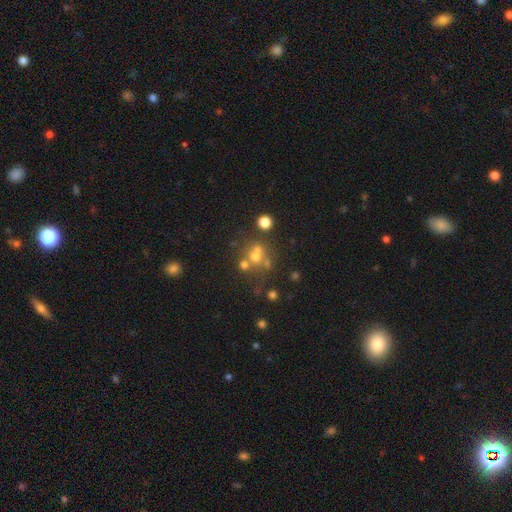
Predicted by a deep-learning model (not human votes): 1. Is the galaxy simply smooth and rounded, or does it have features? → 54% smooth, 24% star or artifact, 21% featured or disk.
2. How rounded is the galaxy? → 82% round, 17% in between, 1% cigar-shaped.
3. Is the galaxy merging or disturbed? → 46% none, 39% merger, 9% minor disturbance, 6% major disturbance.